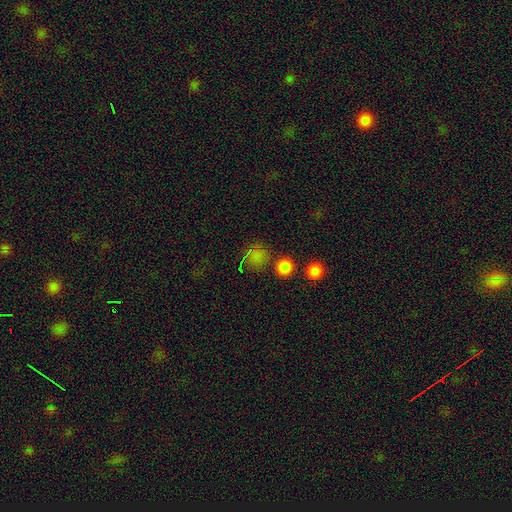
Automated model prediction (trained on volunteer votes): Smooth or featured? Predicted: smooth (p=0.70). How rounded? Predicted: round (p=0.88). Merging? Predicted: none (p=0.76).